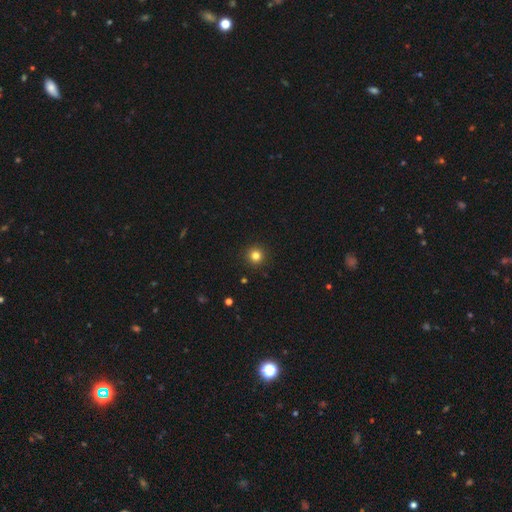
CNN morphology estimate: Smooth or featured? smooth (81%)
How rounded? round (96%)
Merging? none (93%)